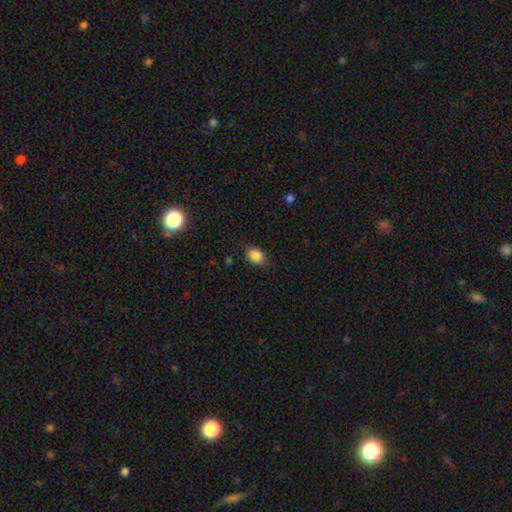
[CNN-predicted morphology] smooth_or_featured: smooth (p=0.87) [alt: star or artifact p=0.09]
how_rounded: in between (p=0.71) [alt: round p=0.28]
merging: none (p=0.83) [alt: minor disturbance p=0.12]